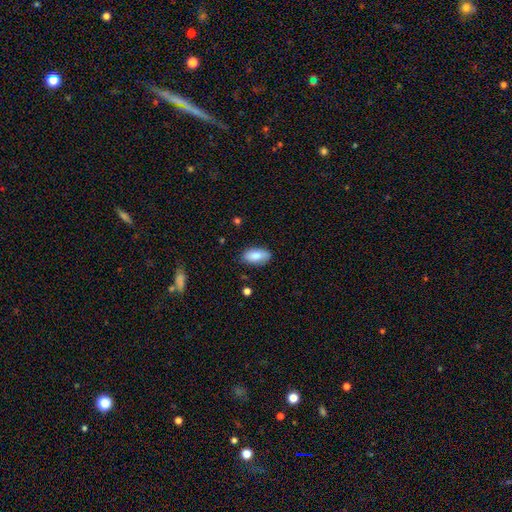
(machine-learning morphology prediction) A smooth galaxy with no disk features (82%) that is in between round and cigar-shaped (91%).

Vote fractions:
- Smooth or featured? smooth: 82% / featured or disk: 11% / star or artifact: 7%
- How rounded? in between: 91% / cigar-shaped: 5% / round: 3%
- Merging? none: 80% / minor disturbance: 16% / major disturbance: 3% / merger: 1%